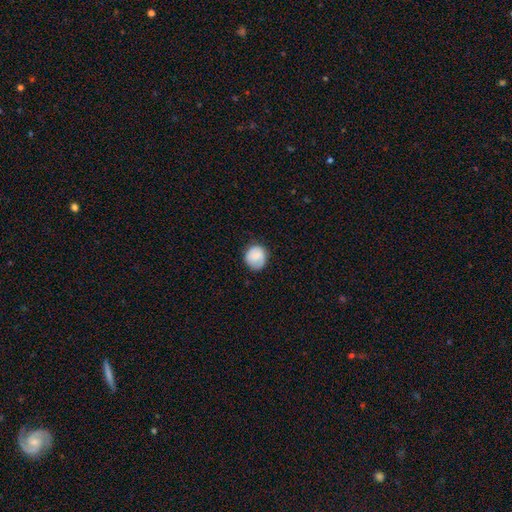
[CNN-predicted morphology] Smooth or featured? Predicted: smooth (p=0.74). How rounded? Predicted: round (p=0.79). Merging? Predicted: none (p=0.75).